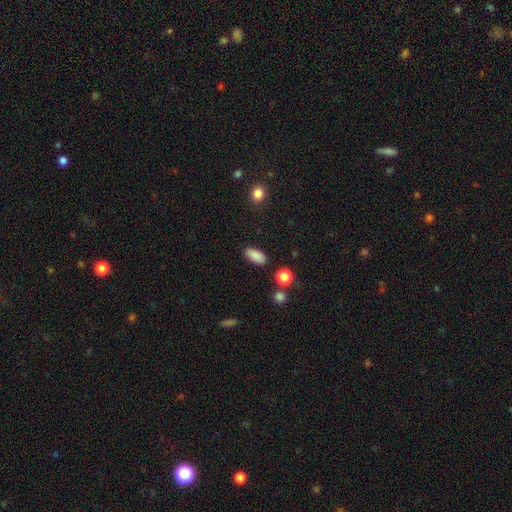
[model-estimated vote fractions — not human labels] Smooth or featured? Predicted: smooth (p=0.87). How rounded? Predicted: in between (p=0.88). Merging? Predicted: none (p=0.86).